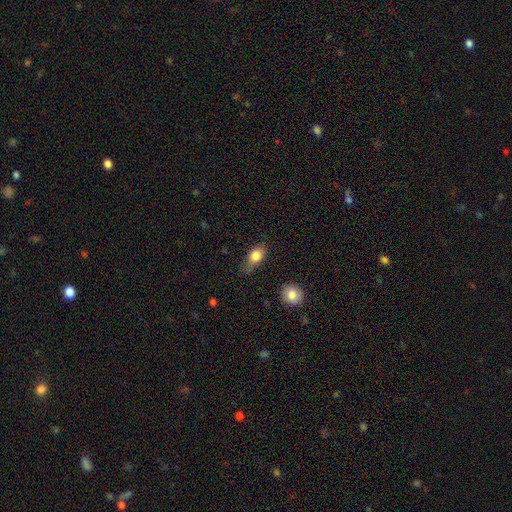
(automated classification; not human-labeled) This appears to be a smooth galaxy with no disk features (81%) that is in between round and cigar-shaped (78%). Merging: none (53%).